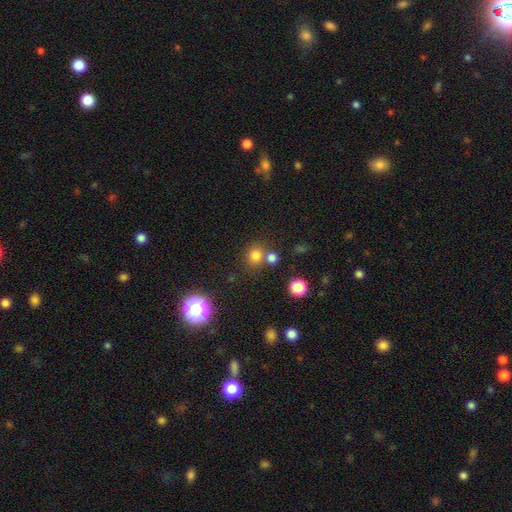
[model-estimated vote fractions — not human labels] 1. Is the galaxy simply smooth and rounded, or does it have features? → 75% smooth, 18% star or artifact, 7% featured or disk.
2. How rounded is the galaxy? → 82% round, 17% in between, 1% cigar-shaped.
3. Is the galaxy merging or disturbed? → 63% none, 25% merger, 8% minor disturbance, 4% major disturbance.